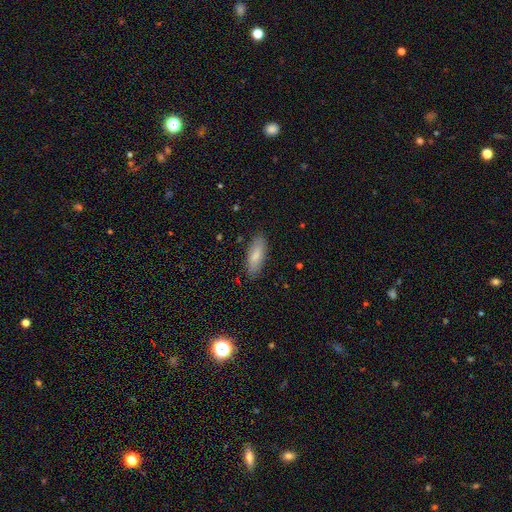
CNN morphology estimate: This is clearly a smooth galaxy (80%). How rounded: likely in between (70%). Merging: clearly none (86%).